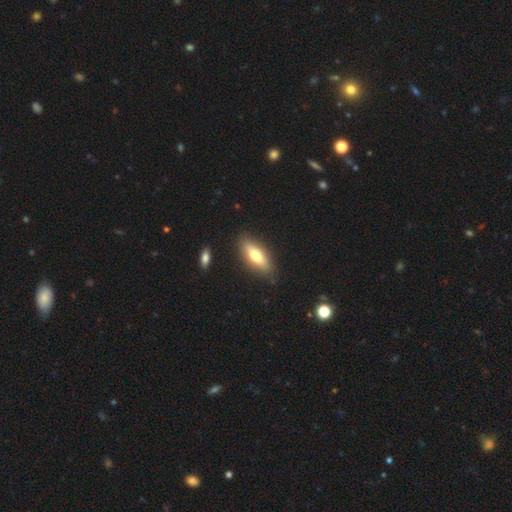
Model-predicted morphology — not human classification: smooth 66%, featured or disk 28%, star or artifact 6%. Down the decision tree: how rounded — in between (63%); merging — none (85%).